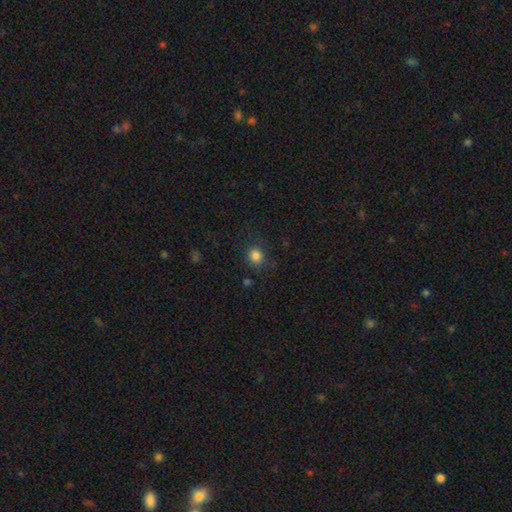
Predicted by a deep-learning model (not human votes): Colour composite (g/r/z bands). It shows a smooth galaxy with no disk features (84%) that is round (83%). Merging: none (83%).